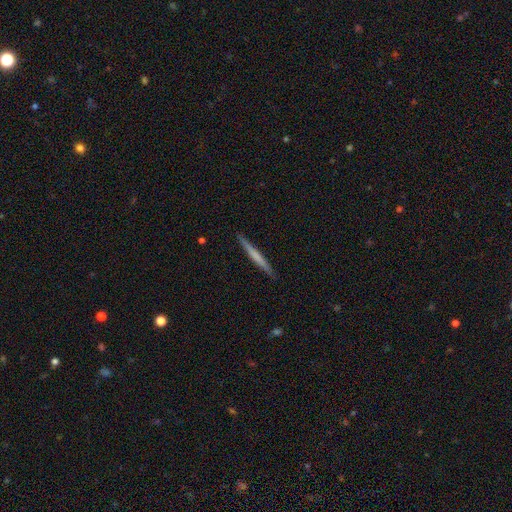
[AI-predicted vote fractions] Smooth or featured? smooth (50%)
Merging? none (91%)